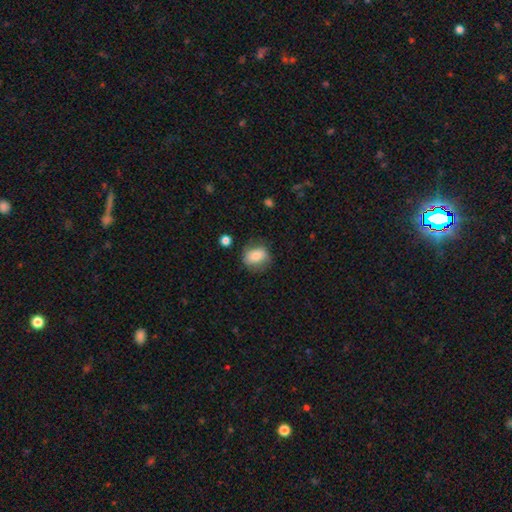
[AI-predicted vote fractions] This appears to be a smooth galaxy with no disk features (75%) that is in between round and cigar-shaped (57%). Merging: none (69%).